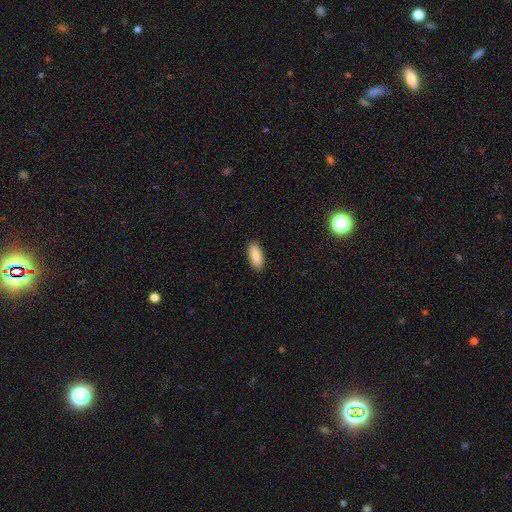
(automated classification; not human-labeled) A smooth galaxy with no disk features (84%) that is in between round and cigar-shaped (85%).

Vote fractions:
- Smooth or featured? smooth: 84% / featured or disk: 10% / star or artifact: 6%
- How rounded? in between: 85% / cigar-shaped: 13% / round: 2%
- Merging? none: 90% / minor disturbance: 8% / major disturbance: 2% / merger: 1%